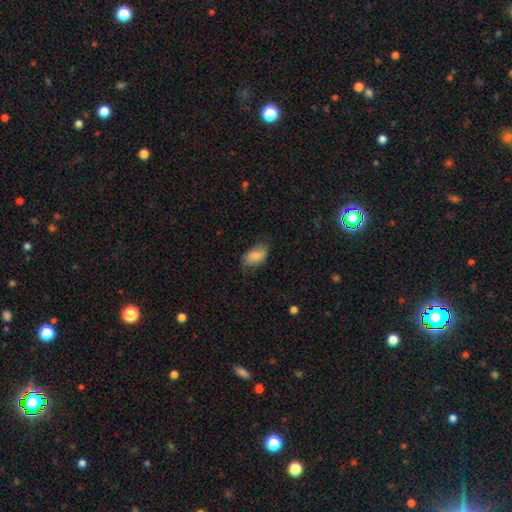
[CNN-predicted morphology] Smooth or featured?
  - smooth: 81% *
  - featured or disk: 12%
  - star or artifact: 7%
How rounded?
  - in between: 92% *
  - round: 5%
  - cigar-shaped: 2%
Merging?
  - none: 71% *
  - minor disturbance: 23%
  - major disturbance: 5%
  - merger: 1%